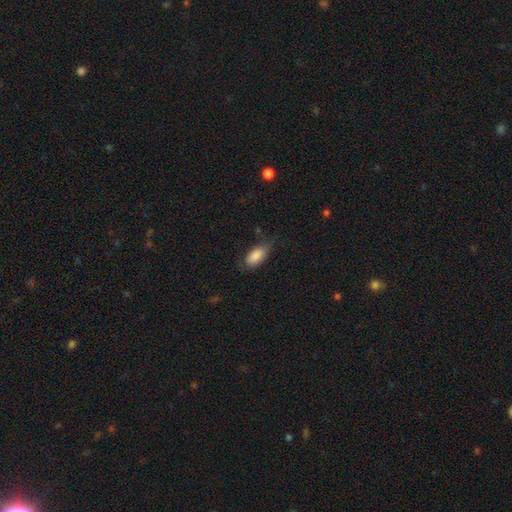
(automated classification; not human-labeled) A smooth galaxy with no disk features (84%) that is in between round and cigar-shaped (91%). Merging: none (56%).